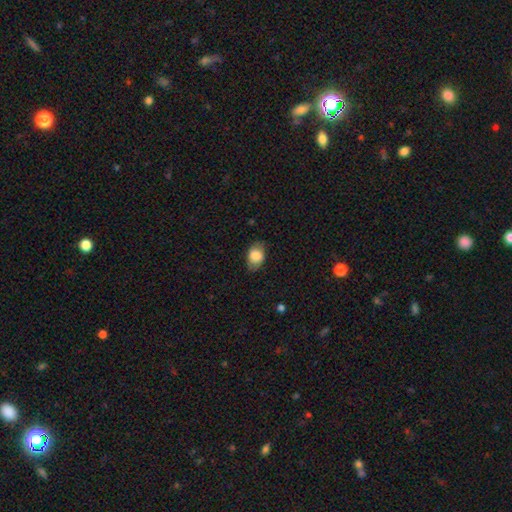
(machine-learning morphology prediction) Smooth or featured? Predicted: smooth (p=0.82). How rounded? Predicted: in between (p=0.80). Merging? Predicted: none (p=0.77).